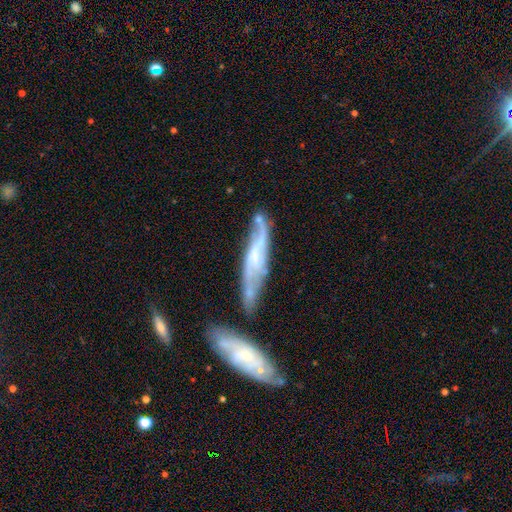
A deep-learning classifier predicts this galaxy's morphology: Q: Smooth or featured?
A: featured or disk (68%); runner-up: smooth (25%)
Q: Edge-on disk?
A: no (57%); runner-up: yes (43%)
Q: Merging?
A: none (50%); runner-up: minor disturbance (21%)